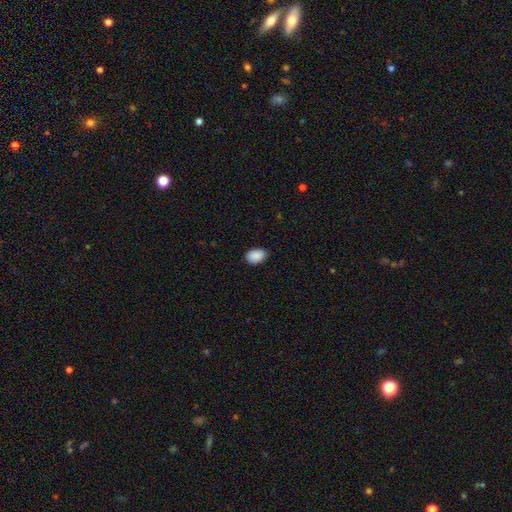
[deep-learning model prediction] smooth 90%, star or artifact 7%, featured or disk 3%. Down the decision tree: how rounded — in between (85%); merging — none (87%).